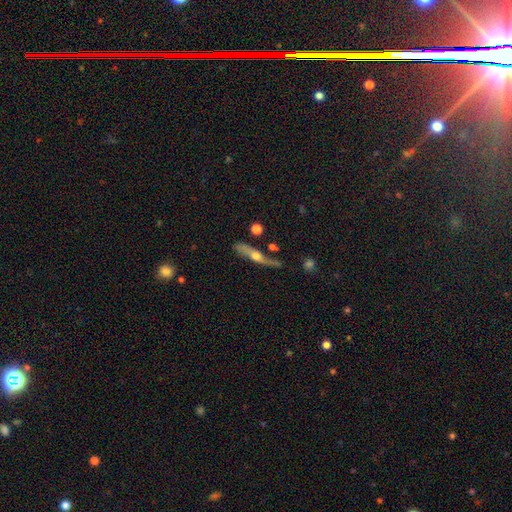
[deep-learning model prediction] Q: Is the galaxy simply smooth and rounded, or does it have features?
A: featured or disk — 69%.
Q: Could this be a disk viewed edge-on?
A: yes — 87%.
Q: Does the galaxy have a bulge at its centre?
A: rounded — 89%.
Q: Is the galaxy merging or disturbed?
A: none — 71%.